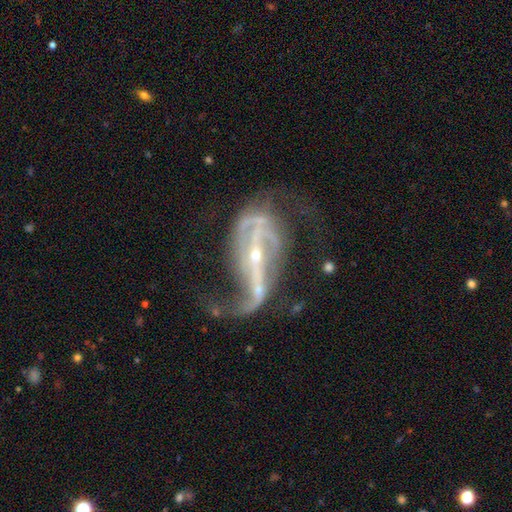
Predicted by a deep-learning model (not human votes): Smooth or featured? Predicted: featured or disk (p=0.88). Edge-on disk? Predicted: no (p=0.94). Bar? Predicted: strong (p=0.57). Spiral arms? Predicted: yes (p=0.89). Spiral winding? Predicted: loose (p=0.57). Spiral arm count? Predicted: 2 (p=0.65). Bulge size? Predicted: small (p=0.77). Merging? Predicted: major disturbance (p=0.45).